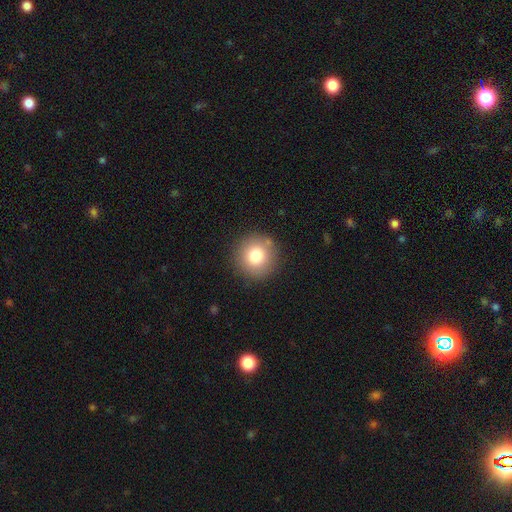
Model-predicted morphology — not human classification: Smooth or featured: smooth — 79% (star or artifact — 11%)
How rounded: round — 95% (in between — 4%)
Merging: none — 87% (minor disturbance — 8%)